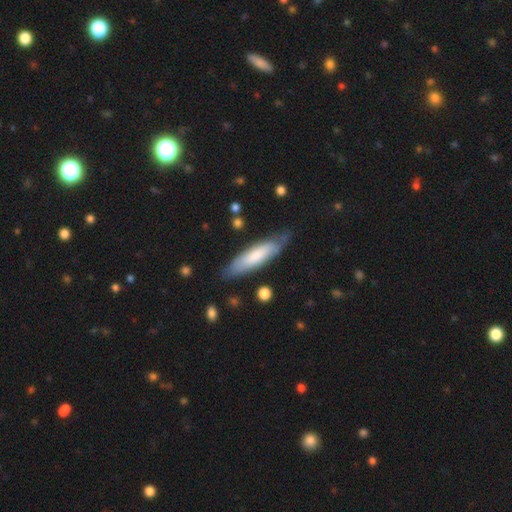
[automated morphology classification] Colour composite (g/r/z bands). It shows a smooth galaxy with no disk features (70%) that is cigar-shaped (66%). Merging: none (76%).